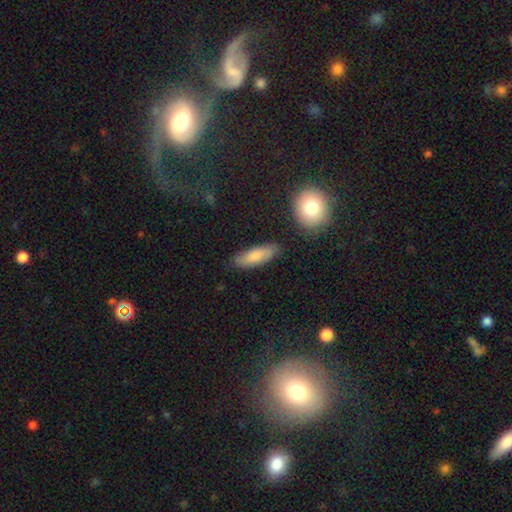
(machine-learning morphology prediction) Smooth or featured? Predicted: smooth (p=0.78). How rounded? Predicted: in between (p=0.59). Merging? Predicted: none (p=0.79).